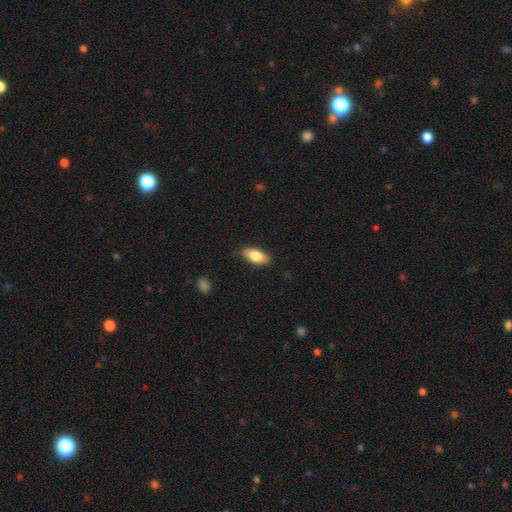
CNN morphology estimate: Smooth or featured?
  - smooth: 80% *
  - featured or disk: 14%
  - star or artifact: 6%
How rounded?
  - in between: 87% *
  - cigar-shaped: 10%
  - round: 3%
Merging?
  - none: 86% *
  - minor disturbance: 11%
  - major disturbance: 2%
  - merger: 1%